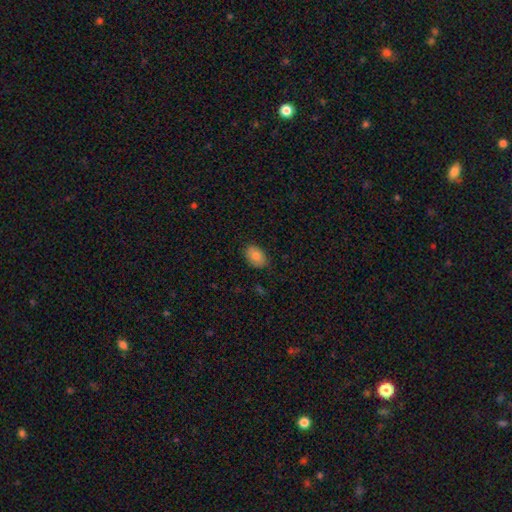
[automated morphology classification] Q: Smooth or featured?
A: smooth (82%); runner-up: featured or disk (11%)
Q: How rounded?
A: in between (86%); runner-up: round (13%)
Q: Merging?
A: none (85%); runner-up: minor disturbance (12%)